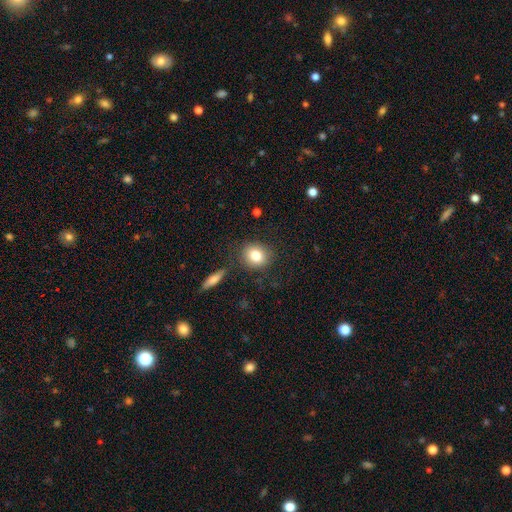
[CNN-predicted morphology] Smooth or featured?
  - smooth: 81% *
  - featured or disk: 10%
  - star or artifact: 9%
How rounded?
  - round: 72% *
  - in between: 26%
  - cigar-shaped: 1%
Merging?
  - none: 83% *
  - minor disturbance: 10%
  - merger: 4%
  - major disturbance: 3%